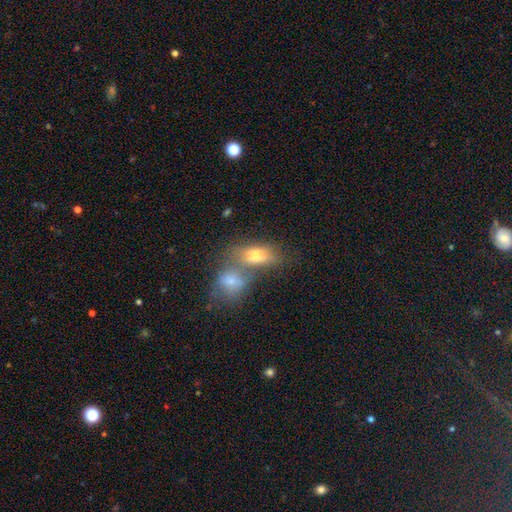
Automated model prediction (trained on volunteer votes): Smooth or featured? Predicted: smooth (p=0.69). How rounded? Predicted: in between (p=0.78). Merging? Predicted: merger (p=0.55).